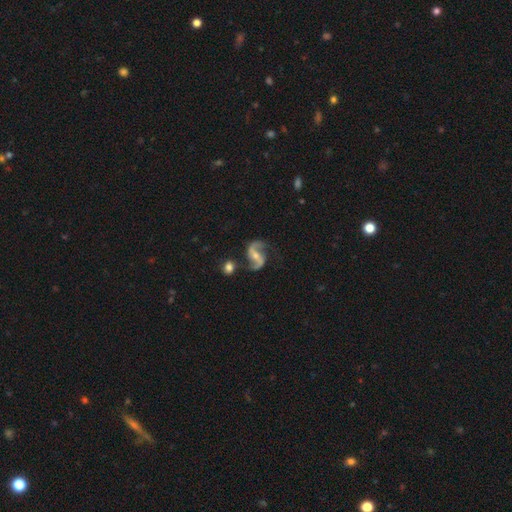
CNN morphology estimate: type=featured or disk (90%); edge-on=no (98%); bar=weak (39%); spiral arms=yes (97%); winding=loose (55%); arm count=2 (94%); bulge=moderate (50%); merging=none (73%).